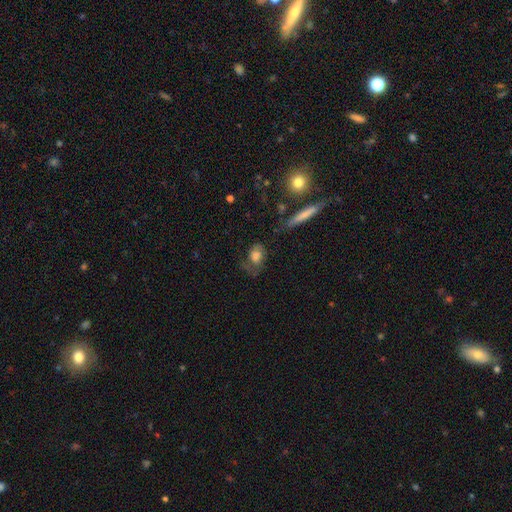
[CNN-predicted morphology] Overall: smooth (62%; featured or disk 28%). How rounded: in between (69%). Merging: none (41%; major disturbance 29%).